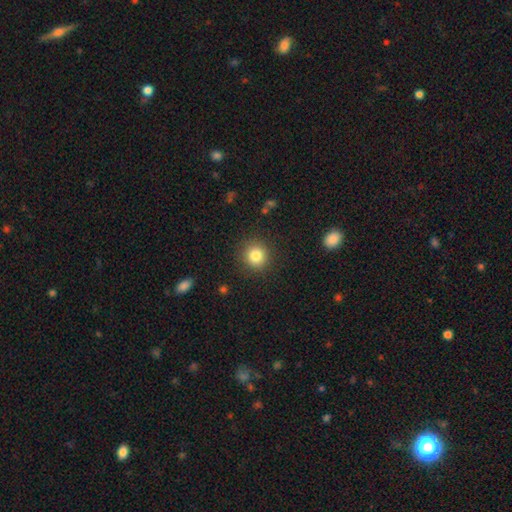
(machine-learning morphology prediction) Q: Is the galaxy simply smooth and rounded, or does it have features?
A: smooth — 83%.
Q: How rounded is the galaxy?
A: round — 92%.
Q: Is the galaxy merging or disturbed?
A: none — 89%.